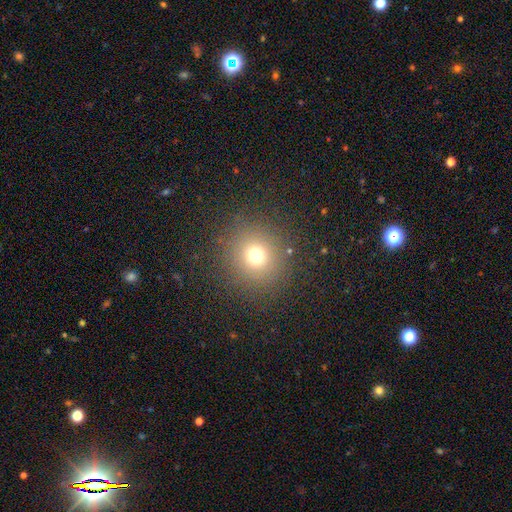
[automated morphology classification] A smooth galaxy with no disk features (70%) that is round (92%).

Vote fractions:
- Smooth or featured? smooth: 70% / star or artifact: 20% / featured or disk: 10%
- How rounded? round: 92% / in between: 7% / cigar-shaped: 1%
- Merging? none: 87% / minor disturbance: 7% / major disturbance: 4% / merger: 1%